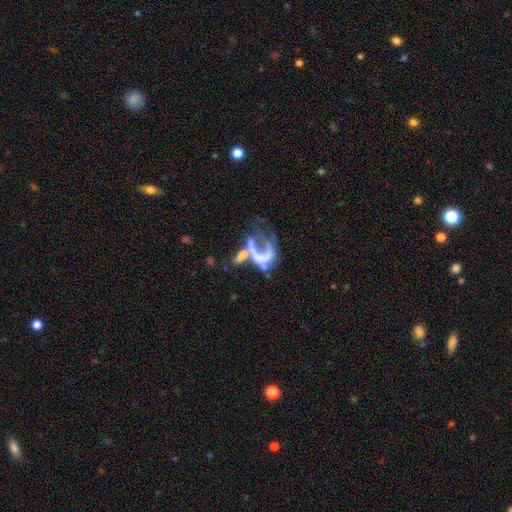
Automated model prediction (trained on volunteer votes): This appears to be a featured or disk galaxy (63%) with no bar (76%), no spiral arms (71%) and no central bulge (66%). Merging: merger (41%).